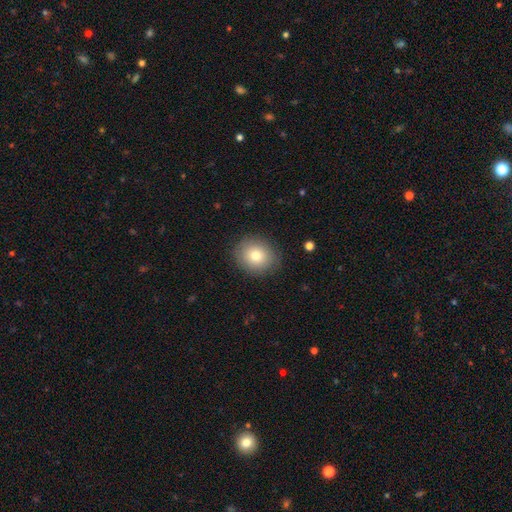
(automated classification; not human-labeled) The model was most divided on "how rounded": round: 67%, in between: 32%, cigar-shaped: 1%. More confident: merging — none (86%); smooth or featured — smooth (79%).